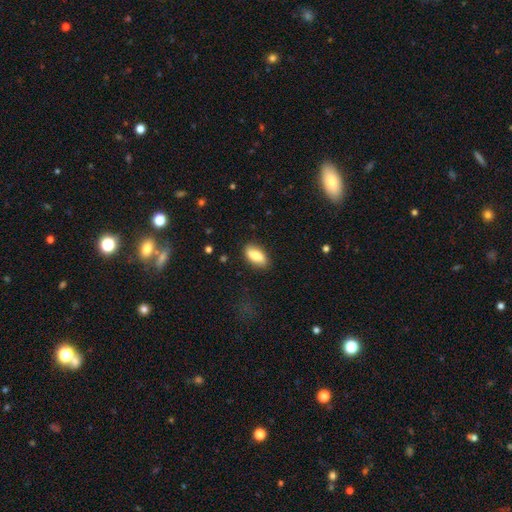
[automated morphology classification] smooth_or_featured: smooth (p=0.78) [alt: featured or disk p=0.15]
how_rounded: in between (p=0.90) [alt: cigar-shaped p=0.07]
merging: none (p=0.83) [alt: minor disturbance p=0.13]